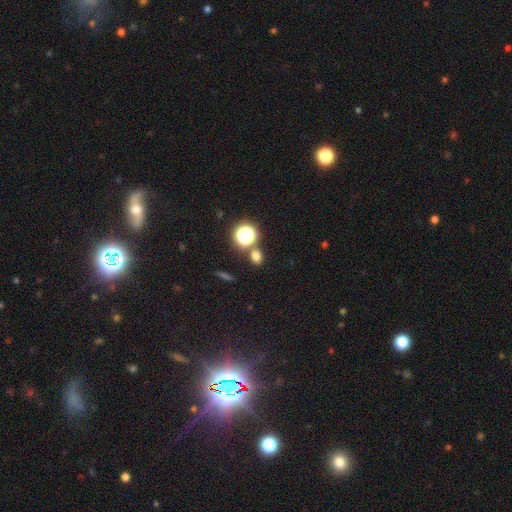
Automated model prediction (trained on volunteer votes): Smooth or featured? smooth (71%)
How rounded? round (62%)
Merging? none (77%)